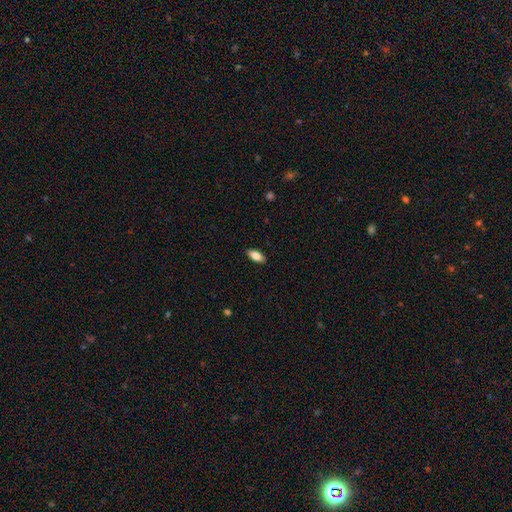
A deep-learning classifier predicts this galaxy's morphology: Smooth or featured? Predicted: smooth (p=0.83). How rounded? Predicted: in between (p=0.87). Merging? Predicted: none (p=0.89).